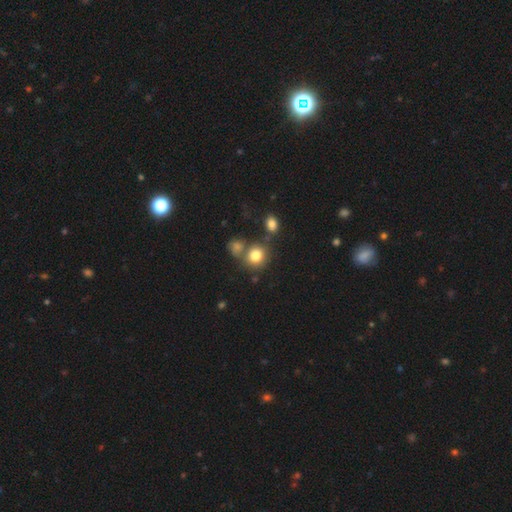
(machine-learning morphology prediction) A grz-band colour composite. It shows a smooth galaxy with no disk features (80%) that is round (81%). Merging: none (61%).